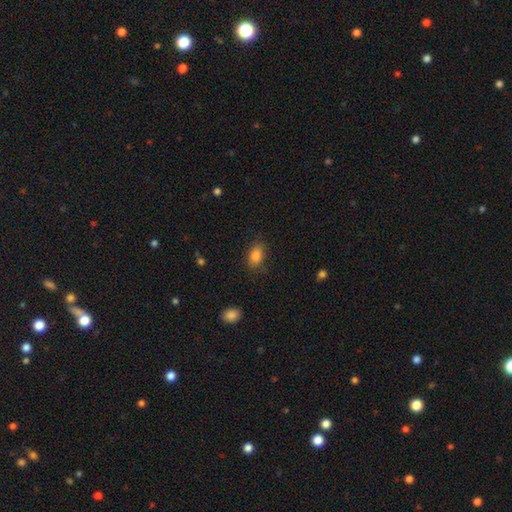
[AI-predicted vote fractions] Q: Smooth or featured?
A: smooth (84%); runner-up: star or artifact (9%)
Q: How rounded?
A: in between (86%); runner-up: round (11%)
Q: Merging?
A: none (79%); runner-up: minor disturbance (15%)